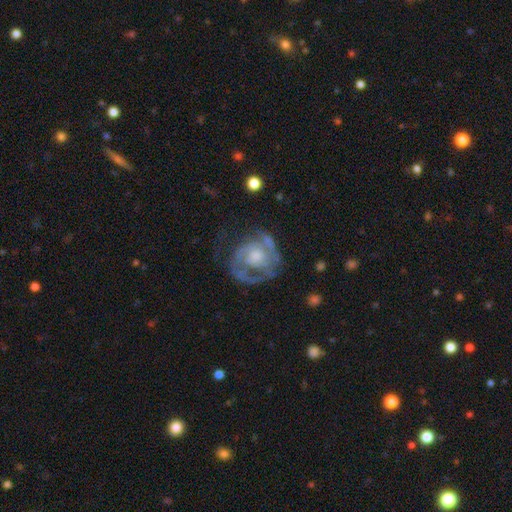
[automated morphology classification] A featured or disk galaxy (79%) with no bar (75%), 2 (45%) tight (51%) spiral arms (82%) and a moderate central bulge (47%). Merging: none (57%).